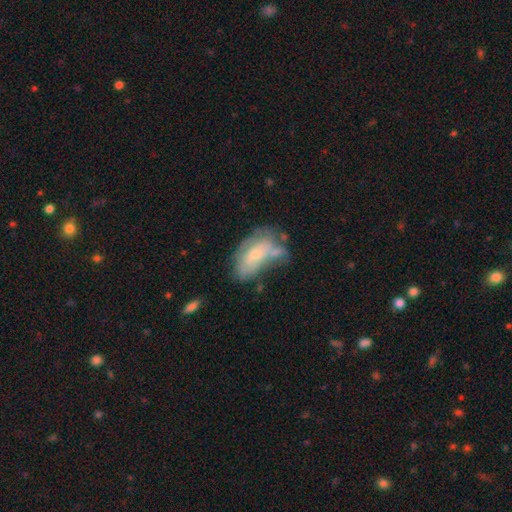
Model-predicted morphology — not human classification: A smooth galaxy with no disk features (46%, tied with featured or disk). Merging: none (30%).